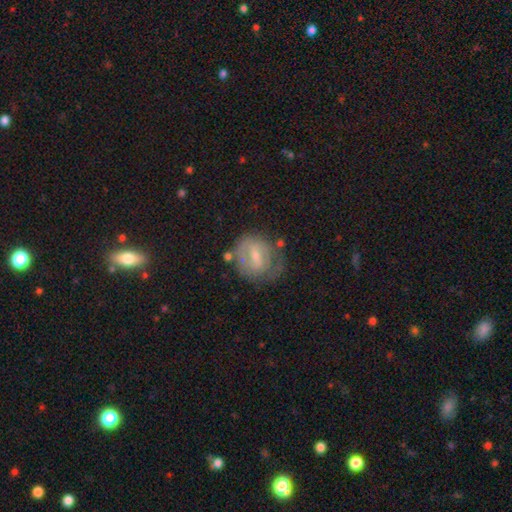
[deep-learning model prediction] A featured or disk galaxy (60%) with a weak bar (52%), spiral arms (58%) and a small central bulge (56%).

Vote fractions:
- Smooth or featured? featured or disk: 60% / smooth: 32% / star or artifact: 8%
- Edge-on disk? no: 96% / yes: 4%
- Bar? weak: 52% / no: 25% / strong: 24%
- Spiral arms? yes: 58% / no: 42%
- Bulge size? small: 56% / moderate: 37% / none: 5% / large: 2% / dominant: 1%
- Merging? none: 54% / minor disturbance: 25% / major disturbance: 16% / merger: 5%